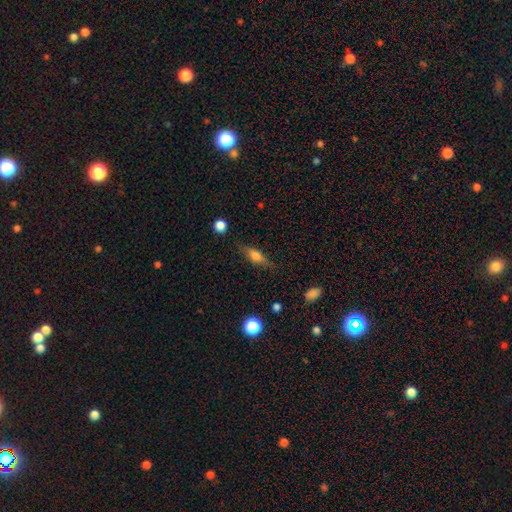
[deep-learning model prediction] smooth-or-featured: smooth: 52% | featured or disk: 39% | star or artifact: 9%
  how-rounded: in between: 47% | cigar-shaped: 46% | round: 6%
  merging: none: 80% | minor disturbance: 14% | major disturbance: 4% | merger: 2%